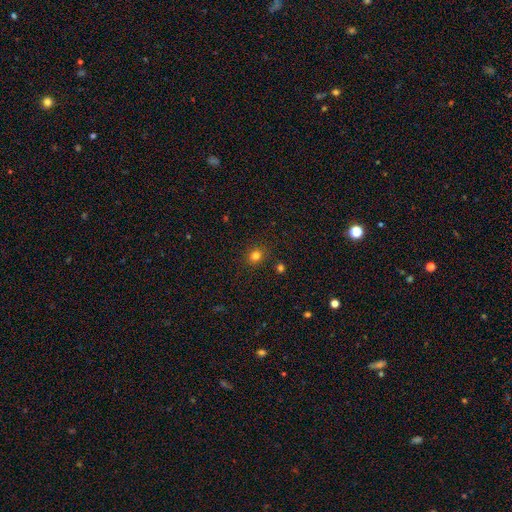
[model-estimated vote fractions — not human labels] This is likely a smooth galaxy (80%). How rounded: likely round (77%). Merging: clearly none (87%).